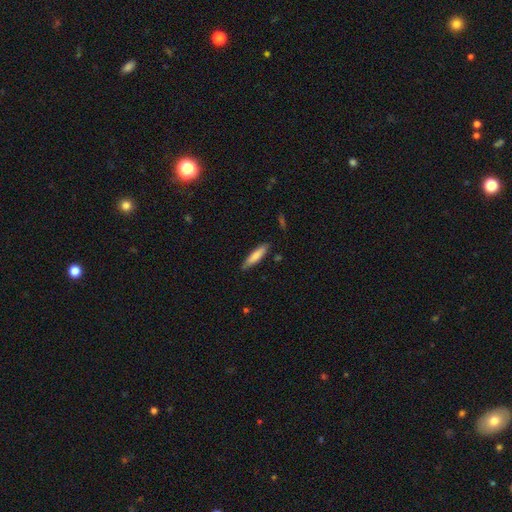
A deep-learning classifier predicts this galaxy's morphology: A smooth galaxy with no disk features (76%) that is cigar-shaped (78%).

Vote fractions:
- Smooth or featured? smooth: 76% / featured or disk: 18% / star or artifact: 6%
- How rounded? cigar-shaped: 78% / in between: 20% / round: 1%
- Merging? none: 85% / minor disturbance: 12% / major disturbance: 2% / merger: 2%